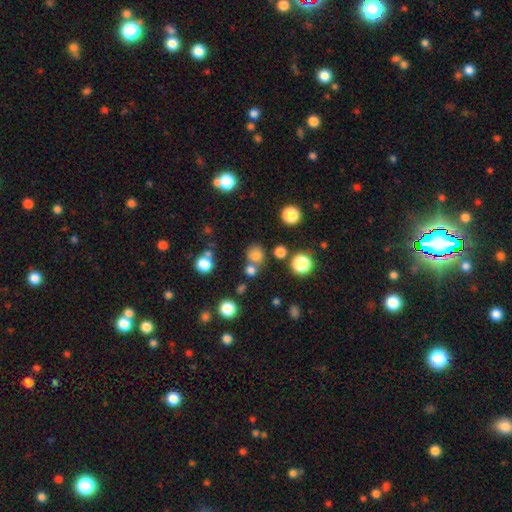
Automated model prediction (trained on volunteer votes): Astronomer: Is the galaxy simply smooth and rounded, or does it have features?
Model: smooth — 73%.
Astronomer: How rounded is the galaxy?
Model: round — 81%.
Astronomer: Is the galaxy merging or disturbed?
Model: none — 63%.